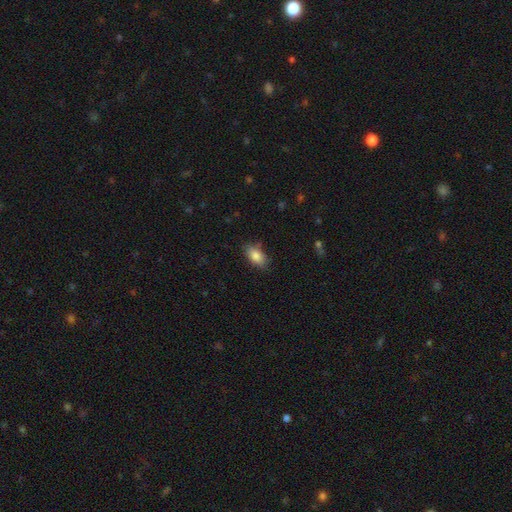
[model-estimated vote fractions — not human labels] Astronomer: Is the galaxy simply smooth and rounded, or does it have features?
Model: smooth — 85%.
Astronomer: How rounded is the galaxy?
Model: in between — 91%.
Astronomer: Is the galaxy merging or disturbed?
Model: none — 80%.